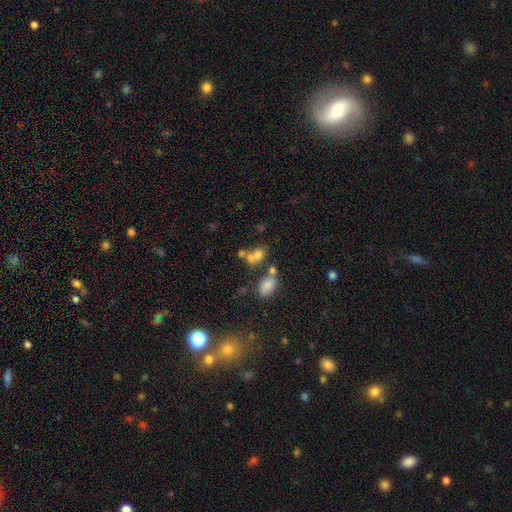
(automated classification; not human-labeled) Overall: smooth (68%). How rounded: in between (52%; round 46%). Merging: merger (46%; none 37%).